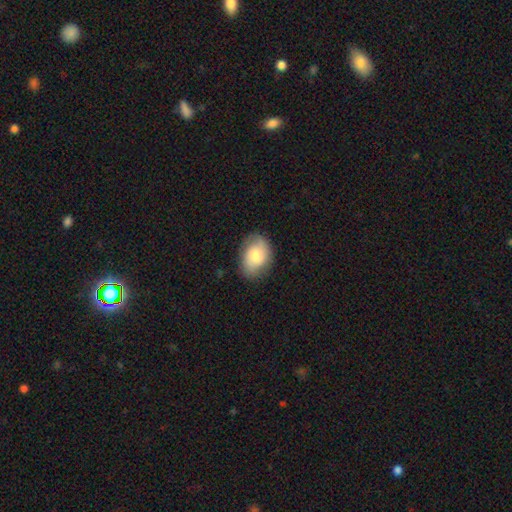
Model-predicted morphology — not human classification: smooth-or-featured: smooth: 66% | featured or disk: 27% | star or artifact: 7%
  how-rounded: in between: 78% | round: 21% | cigar-shaped: 1%
  merging: none: 76% | minor disturbance: 18% | major disturbance: 5% | merger: 1%